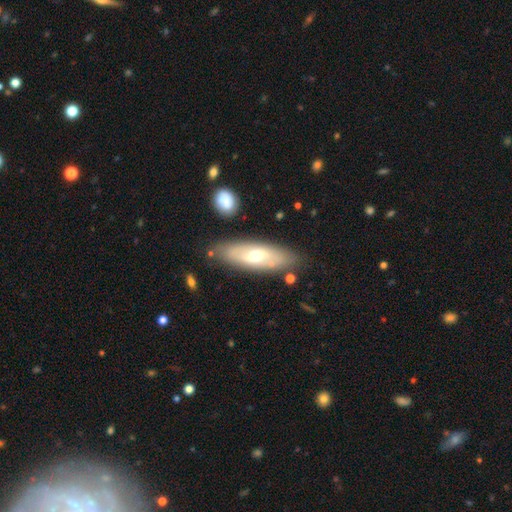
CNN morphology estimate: A featured or disk galaxy (48%). Merging: none (80%).